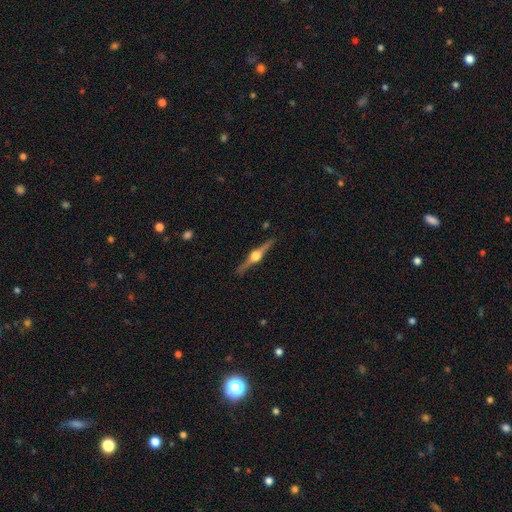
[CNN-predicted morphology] featured or disk 86%, smooth 9%, star or artifact 5%. Down the decision tree: edge-on disk — yes (98%); edge-on bulge — rounded (96%); merging — none (90%).